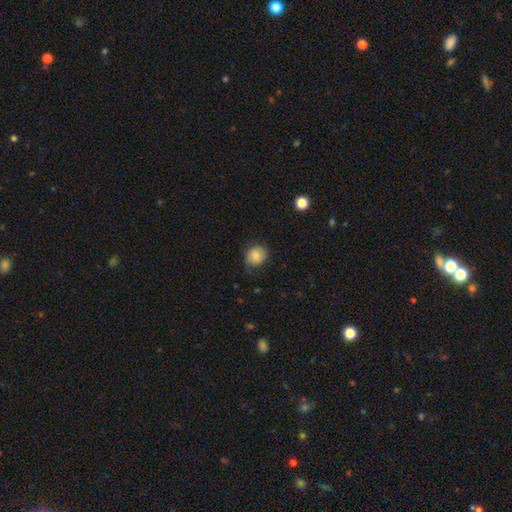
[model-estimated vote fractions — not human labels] This is likely a smooth galaxy (78%). How rounded: likely round (71%). Merging: likely none (70%).